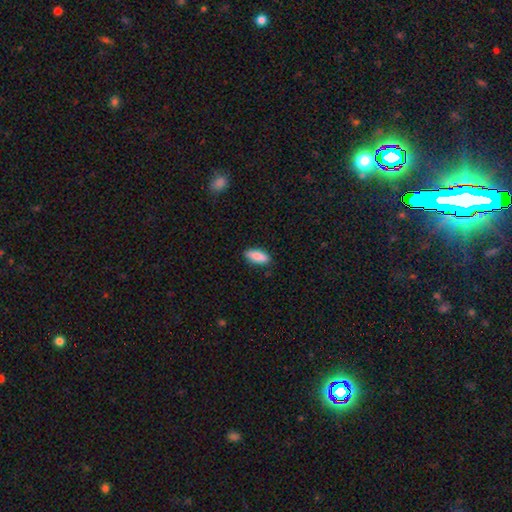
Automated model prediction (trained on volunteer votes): Smooth or featured? Predicted: smooth (p=0.87). How rounded? Predicted: in between (p=0.78). Merging? Predicted: none (p=0.85).